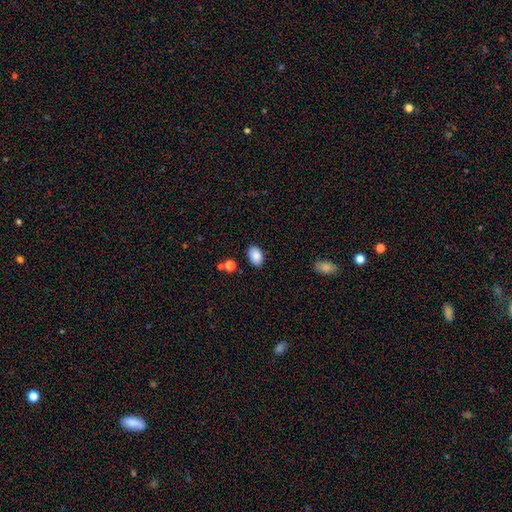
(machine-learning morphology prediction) A smooth galaxy with no disk features (86%) that is in between round and cigar-shaped (89%). Merging: none (85%).